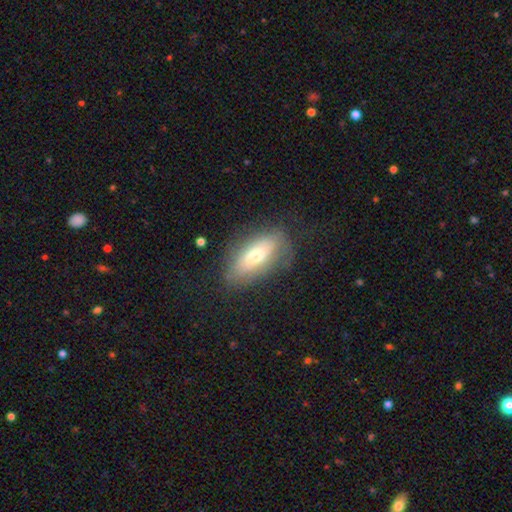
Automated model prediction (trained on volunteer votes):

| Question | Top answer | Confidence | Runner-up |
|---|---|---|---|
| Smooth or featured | smooth | 60% | featured or disk (32%) |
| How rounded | in between | 83% | cigar-shaped (13%) |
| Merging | none | 65% | minor disturbance (23%) |